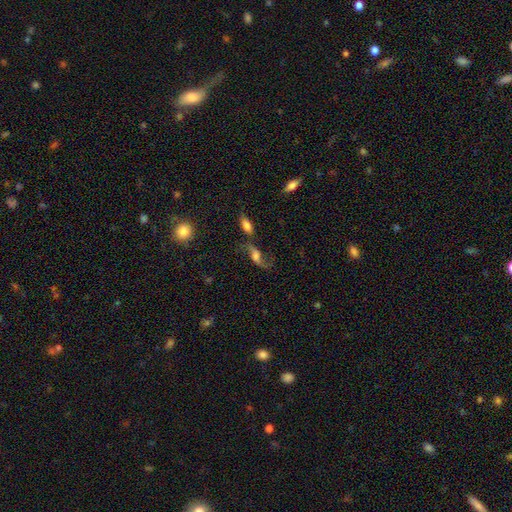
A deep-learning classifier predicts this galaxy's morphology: The model was most divided on "bulge size": moderate: 36%, large: 25%, small: 20%, none: 14%, dominant: 5%. Remaining: spiral arm count — 2 (90%); spiral arms — yes (90%); spiral winding — loose (89%); edge-on disk — no (88%); smooth or featured — featured or disk (65%); merging — none (54%); bar — no (48%).